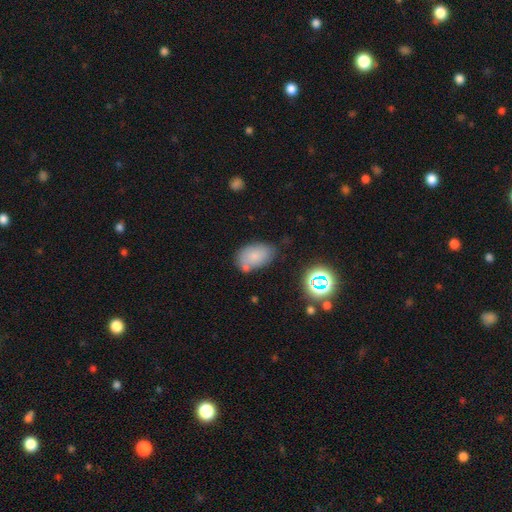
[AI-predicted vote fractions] Morphology: type=smooth (78%); roundness=in between (90%); merging=none (60%).